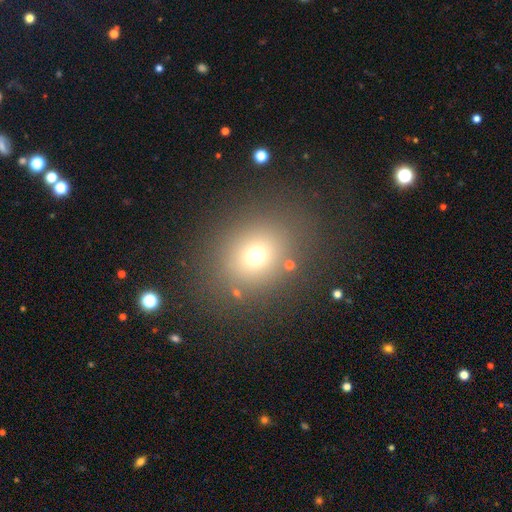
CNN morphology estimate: Overall: smooth (68%). How rounded: round (65%; in between 34%). Merging: none (82%).